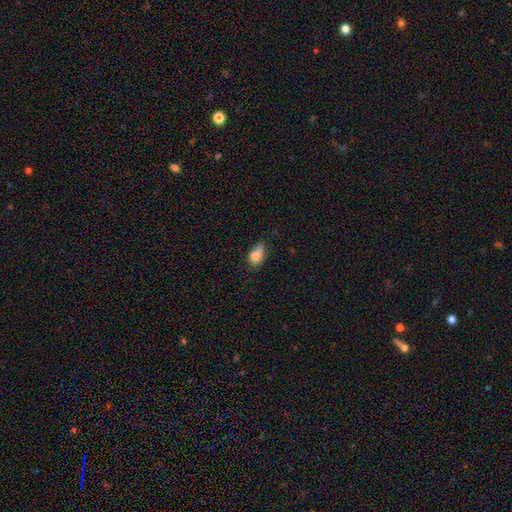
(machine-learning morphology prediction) Overall: smooth (78%). How rounded: in between (73%). Merging: minor disturbance (41%; none 32%).